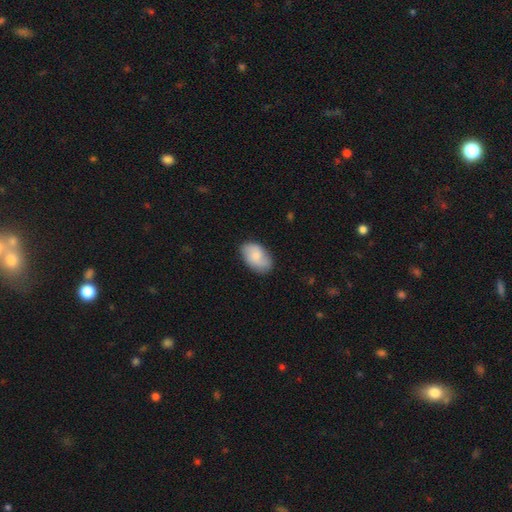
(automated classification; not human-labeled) Q: Smooth or featured?
A: smooth (65%); runner-up: featured or disk (28%)
Q: How rounded?
A: in between (91%); runner-up: round (7%)
Q: Merging?
A: none (77%); runner-up: minor disturbance (18%)